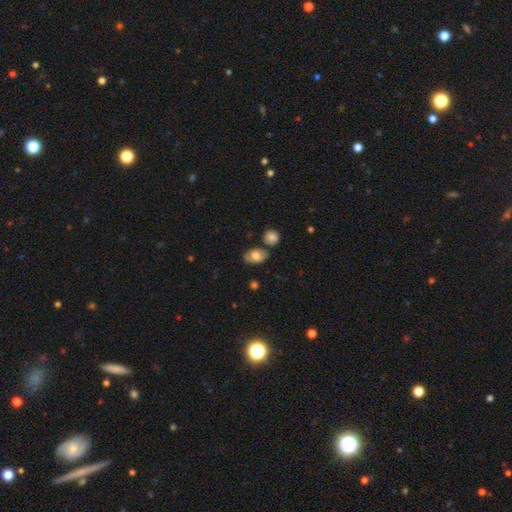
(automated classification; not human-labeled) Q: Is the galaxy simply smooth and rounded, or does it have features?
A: smooth — 68%.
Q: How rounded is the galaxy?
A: in between — 83%.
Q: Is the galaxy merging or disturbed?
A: none — 70%.